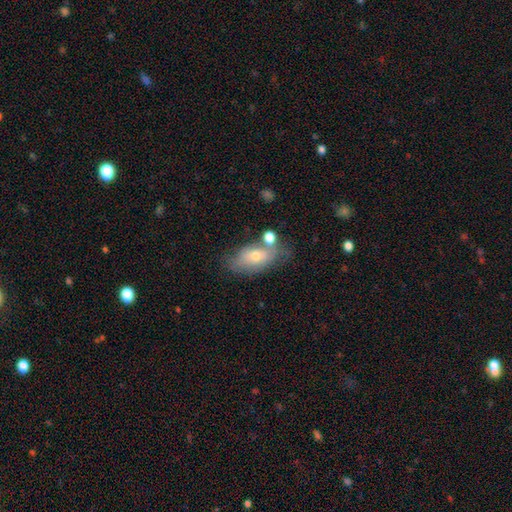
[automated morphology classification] The model was most divided on "smooth or featured": smooth: 59%, featured or disk: 33%, star or artifact: 8%. More confident: how rounded — in between (88%); merging — none (52%).